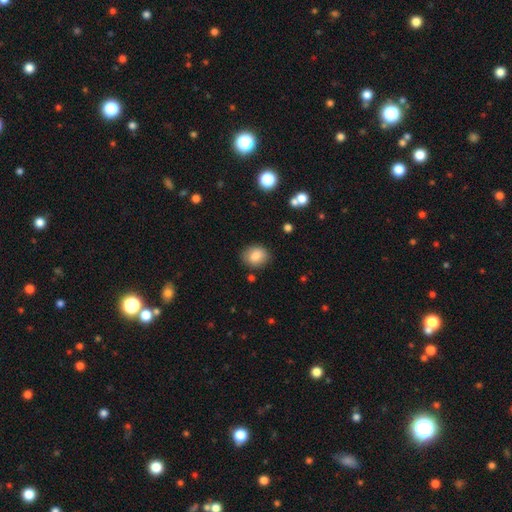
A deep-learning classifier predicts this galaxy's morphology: This is clearly a smooth galaxy (83%). How rounded: possibly round (58%). Merging: clearly none (84%).